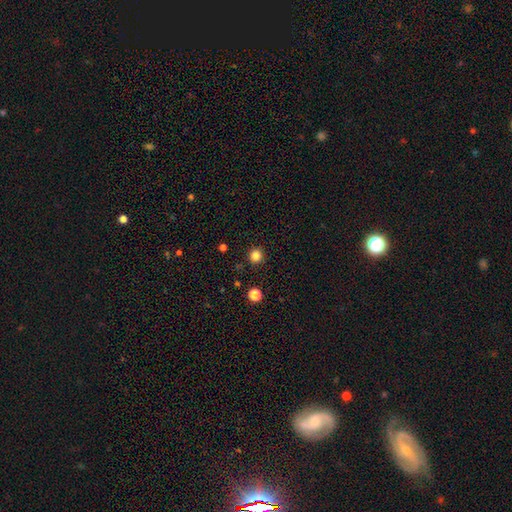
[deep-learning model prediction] A smooth galaxy with no disk features (83%) that is round (94%).

Vote fractions:
- Smooth or featured? smooth: 83% / star or artifact: 13% / featured or disk: 4%
- How rounded? round: 94% / in between: 5% / cigar-shaped: 1%
- Merging? none: 92% / minor disturbance: 5% / major disturbance: 2% / merger: 1%